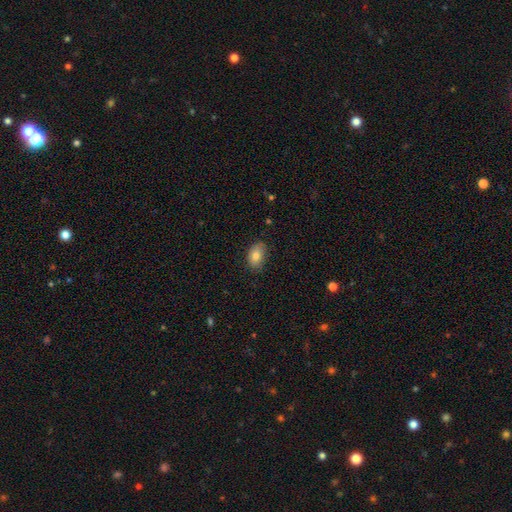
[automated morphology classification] Q: Smooth or featured?
A: smooth (84%); runner-up: featured or disk (9%)
Q: How rounded?
A: in between (88%); runner-up: round (11%)
Q: Merging?
A: none (77%); runner-up: minor disturbance (19%)